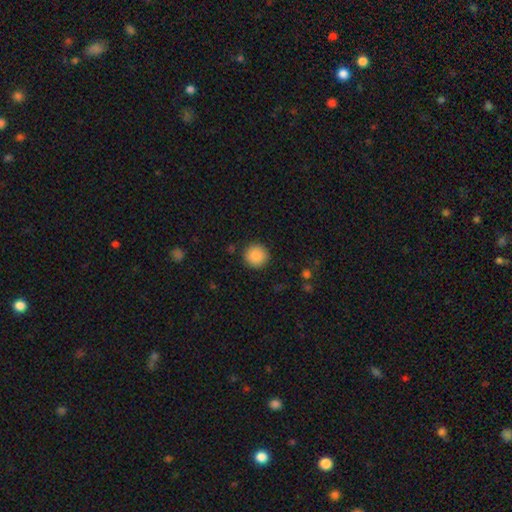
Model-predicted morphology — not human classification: Smooth or featured: smooth — 89% (star or artifact — 8%)
How rounded: round — 95% (in between — 4%)
Merging: none — 91% (minor disturbance — 6%)